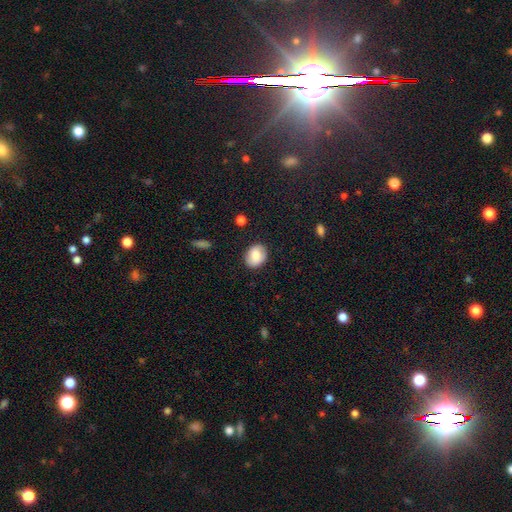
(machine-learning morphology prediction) smooth 77%, featured or disk 16%, star or artifact 8%. Down the decision tree: how rounded — in between (53%); merging — none (85%).